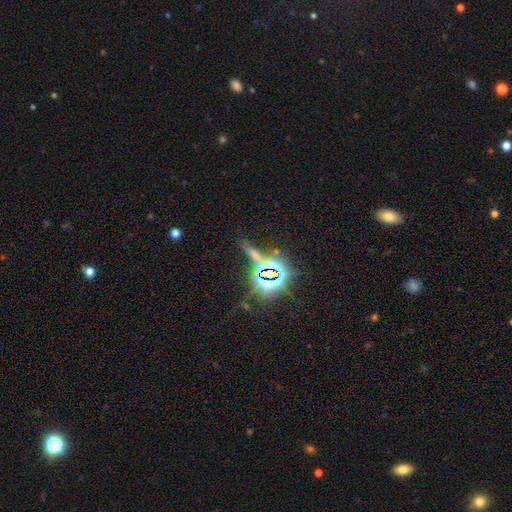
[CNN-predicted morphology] type=star or artifact (64%).